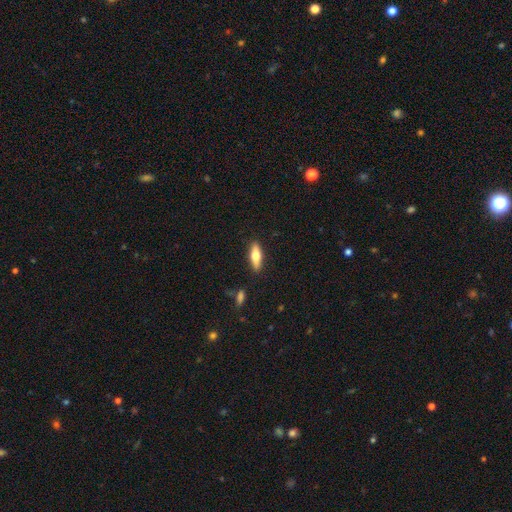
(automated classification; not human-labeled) Morphology: type=smooth (59%); roundness=in between (50%); merging=none (87%).